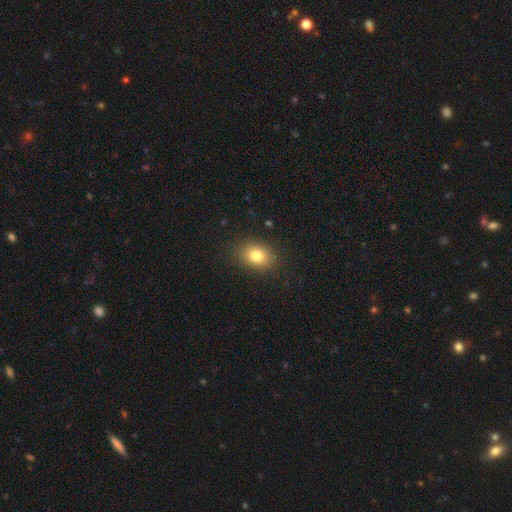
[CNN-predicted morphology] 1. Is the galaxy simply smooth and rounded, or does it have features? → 80% smooth, 11% star or artifact, 9% featured or disk.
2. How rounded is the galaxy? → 58% in between, 41% round, 1% cigar-shaped.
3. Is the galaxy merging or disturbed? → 87% none, 9% minor disturbance, 3% major disturbance, 1% merger.